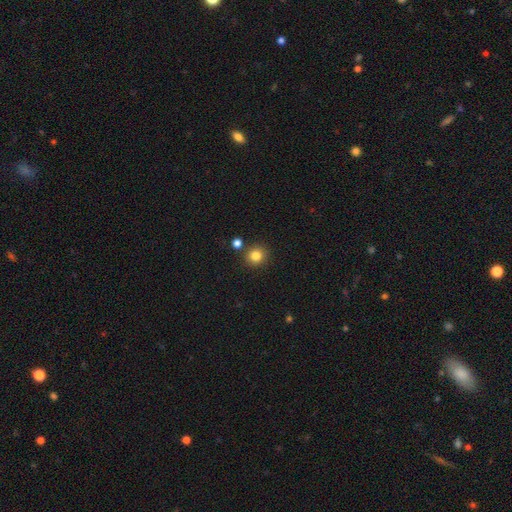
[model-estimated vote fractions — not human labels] Q: Smooth or featured?
A: smooth (82%); runner-up: star or artifact (13%)
Q: How rounded?
A: round (90%); runner-up: in between (9%)
Q: Merging?
A: none (84%); runner-up: minor disturbance (7%)